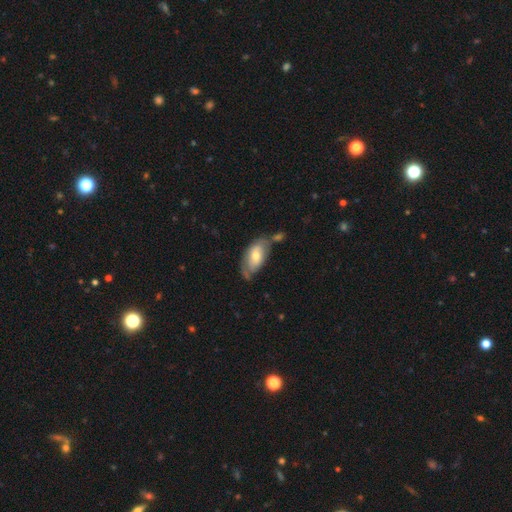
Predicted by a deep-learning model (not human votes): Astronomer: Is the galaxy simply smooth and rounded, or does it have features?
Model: smooth — 56% (runner-up: featured or disk, 39%).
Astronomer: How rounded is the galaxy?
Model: in between — 92%.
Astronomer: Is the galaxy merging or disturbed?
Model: none — 44% (runner-up: minor disturbance, 28%).